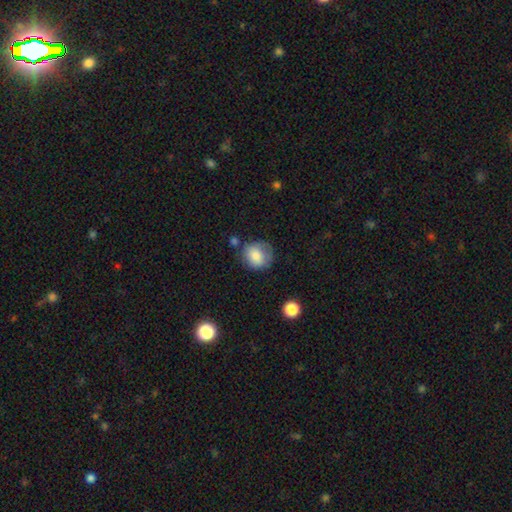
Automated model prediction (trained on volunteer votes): This appears to be a smooth galaxy with no disk features (80%) that is round (79%). Merging: none (61%).